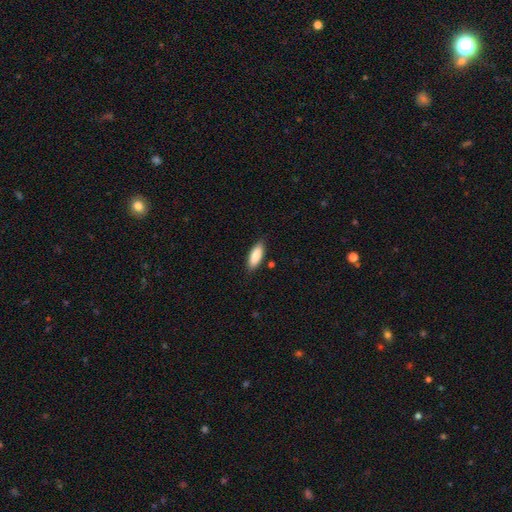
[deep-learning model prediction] Smooth or featured: smooth — 87% (featured or disk — 8%)
How rounded: in between — 70% (cigar-shaped — 28%)
Merging: none — 85% (minor disturbance — 11%)